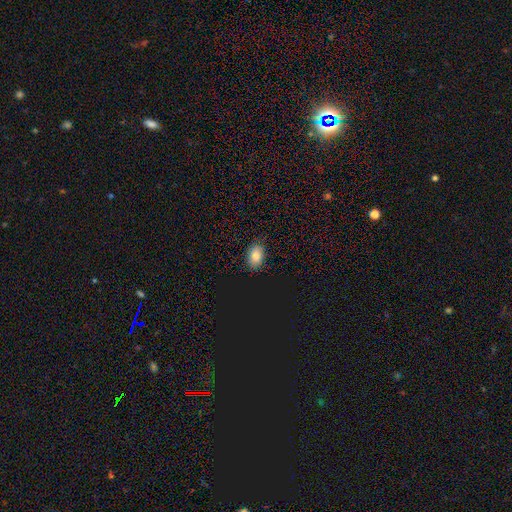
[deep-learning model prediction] The model was most divided on "how rounded": in between: 82%, round: 17%, cigar-shaped: 1%. More confident: merging — none (85%); smooth or featured — smooth (82%).